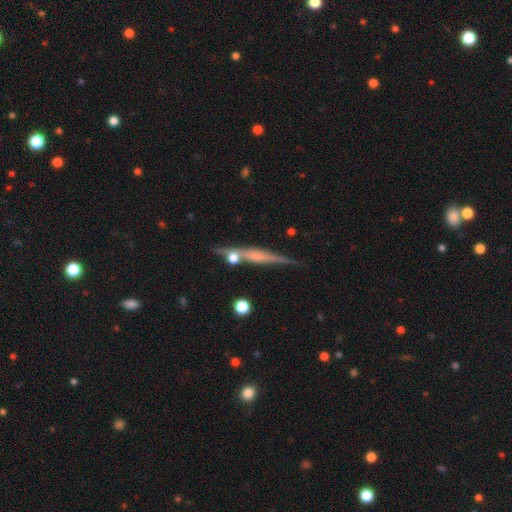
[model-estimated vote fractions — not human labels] A featured or disk galaxy (65%) viewed edge-on (95%) with a rounded central bulge (44%).

Vote fractions:
- Smooth or featured? featured or disk: 65% / smooth: 27% / star or artifact: 8%
- Edge-on disk? yes: 95% / no: 5%
- Edge-on bulge? rounded: 44% / none: 35% / boxy: 20%
- Merging? none: 69% / minor disturbance: 16% / merger: 10% / major disturbance: 5%